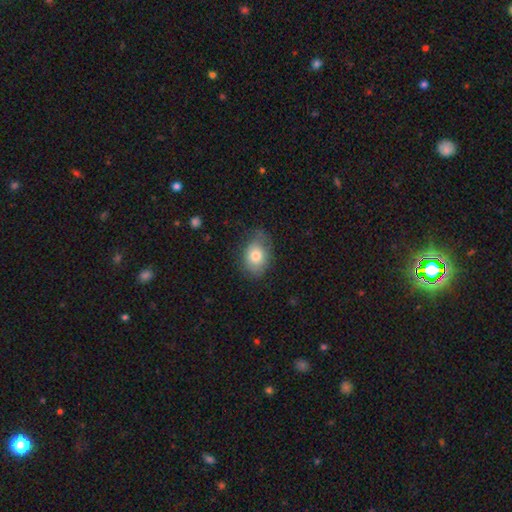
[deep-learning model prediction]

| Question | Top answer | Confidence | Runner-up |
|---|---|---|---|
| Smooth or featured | smooth | 78% | featured or disk (14%) |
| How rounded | in between | 74% | round (25%) |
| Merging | none | 63% | minor disturbance (28%) |